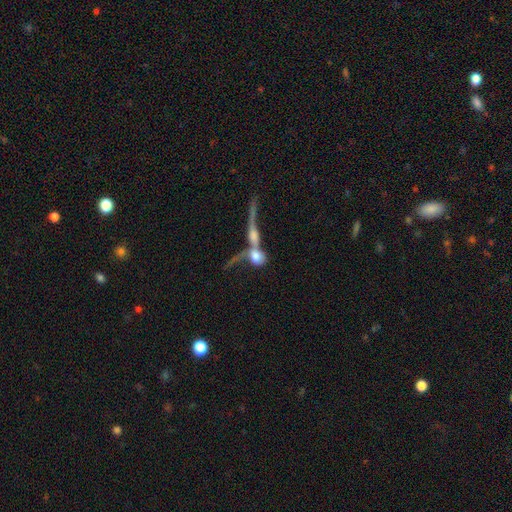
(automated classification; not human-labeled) Smooth or featured: featured or disk — 47% (smooth — 43%)
Merging: merger — 68% (none — 15%)